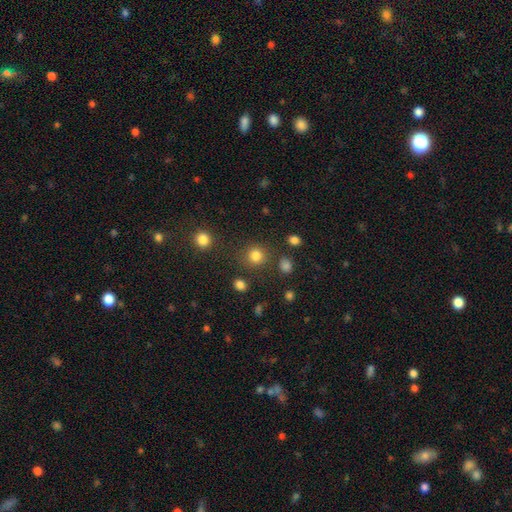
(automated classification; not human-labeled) Smooth or featured: smooth — 82% (star or artifact — 13%)
How rounded: round — 89% (in between — 10%)
Merging: none — 82% (minor disturbance — 9%)